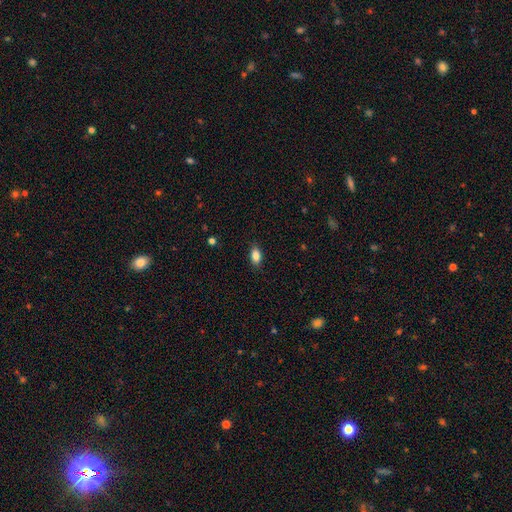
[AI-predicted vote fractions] Smooth or featured? smooth (85%)
How rounded? in between (88%)
Merging? none (87%)